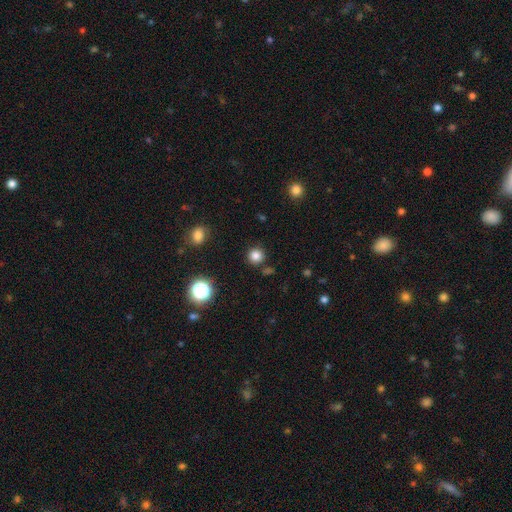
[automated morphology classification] type=smooth (81%); roundness=round (94%); merging=none (87%).